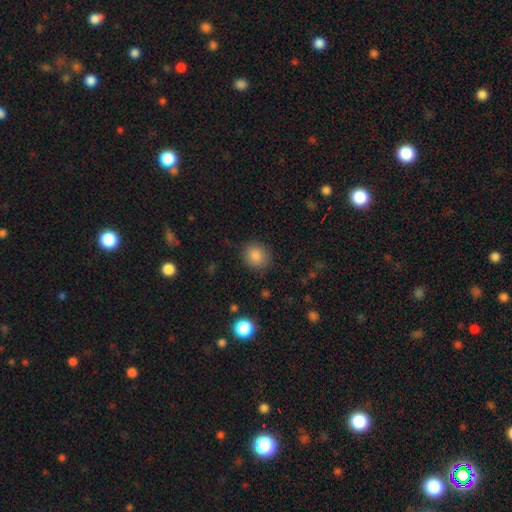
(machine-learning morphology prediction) A smooth galaxy with no disk features (86%) that is round (81%).

Vote fractions:
- Smooth or featured? smooth: 86% / star or artifact: 10% / featured or disk: 5%
- How rounded? round: 81% / in between: 18% / cigar-shaped: 1%
- Merging? none: 86% / minor disturbance: 10% / major disturbance: 3% / merger: 1%